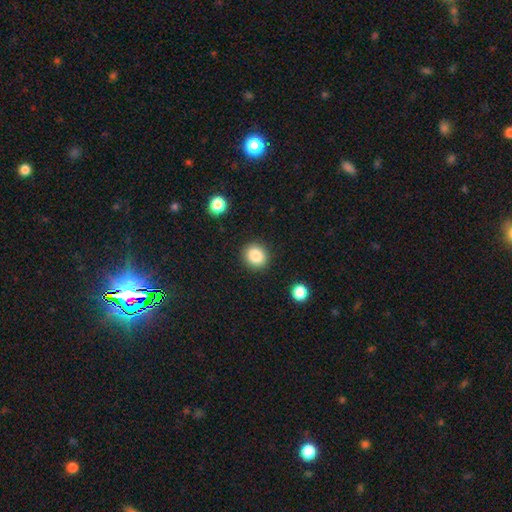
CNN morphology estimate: This appears to be a smooth galaxy with no disk features (86%) that is round (77%). Merging: none (89%).